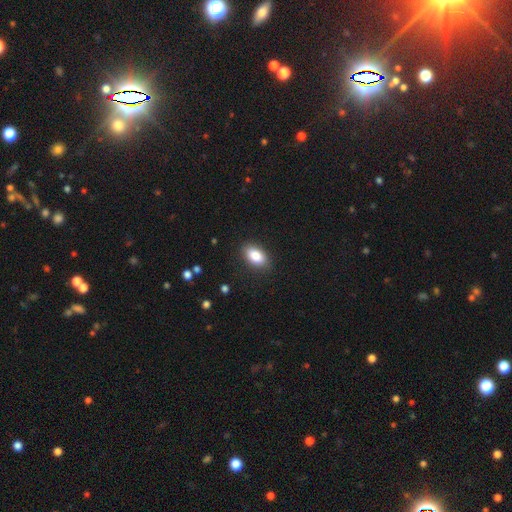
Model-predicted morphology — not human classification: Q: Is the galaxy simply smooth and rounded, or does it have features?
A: smooth — 86%.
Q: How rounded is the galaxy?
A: in between — 91%.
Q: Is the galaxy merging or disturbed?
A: none — 87%.